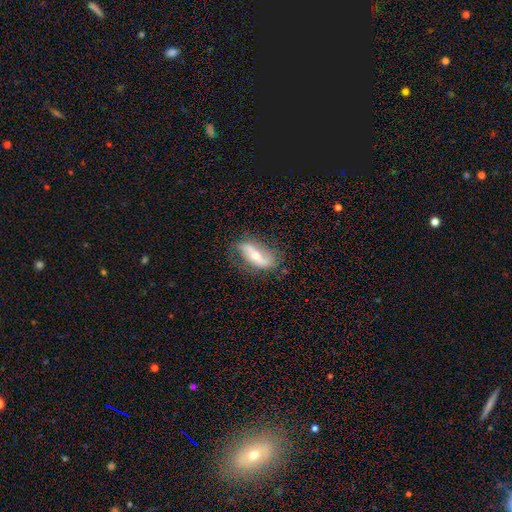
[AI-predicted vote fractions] Morphology: type=featured or disk (65%); edge-on=no (80%); bar=strong (43%); spiral arms=yes (72%); bulge=moderate (53%); merging=none (70%).